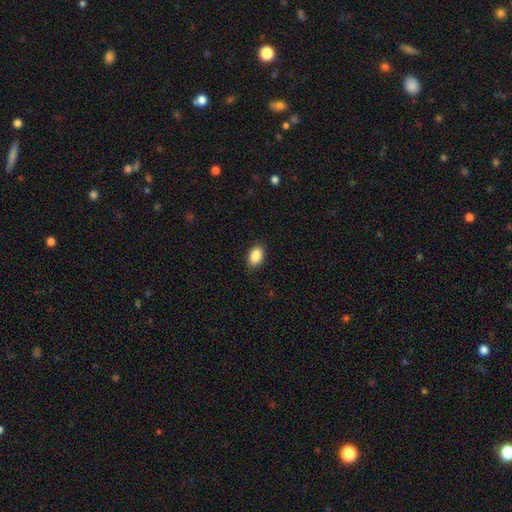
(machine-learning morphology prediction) type=smooth (89%); roundness=in between (90%); merging=none (89%).